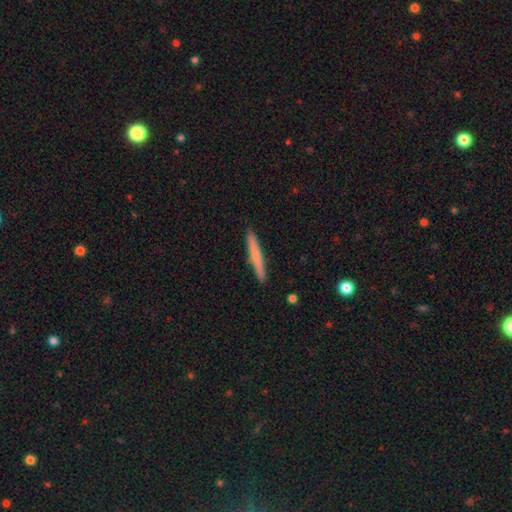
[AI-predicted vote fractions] Overall: smooth (66%; featured or disk 28%). How rounded: cigar-shaped (97%). Merging: none (92%).